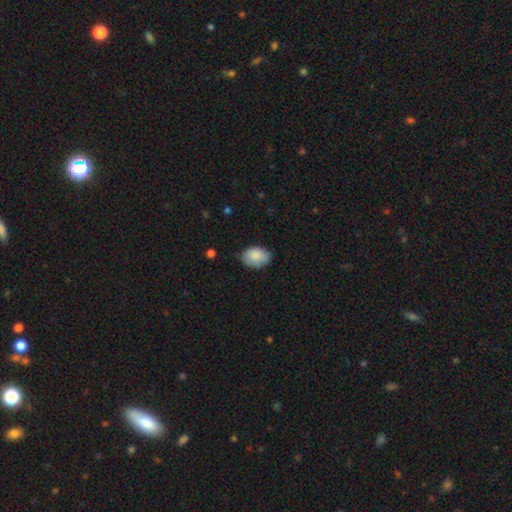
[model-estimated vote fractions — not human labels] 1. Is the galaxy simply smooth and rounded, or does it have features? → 86% smooth, 7% featured or disk, 7% star or artifact.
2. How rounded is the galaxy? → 79% in between, 20% round, 1% cigar-shaped.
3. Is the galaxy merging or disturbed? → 70% none, 25% minor disturbance, 4% major disturbance, 1% merger.